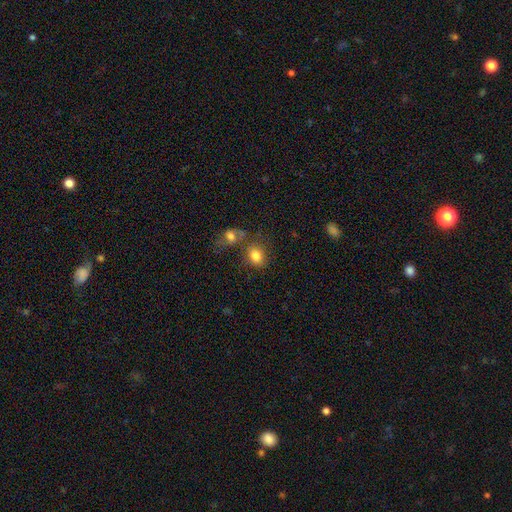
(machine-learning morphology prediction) Smooth or featured?
  - smooth: 81% *
  - star or artifact: 10%
  - featured or disk: 9%
How rounded?
  - in between: 61% *
  - round: 37%
  - cigar-shaped: 1%
Merging?
  - none: 59% *
  - merger: 22%
  - minor disturbance: 13%
  - major disturbance: 6%